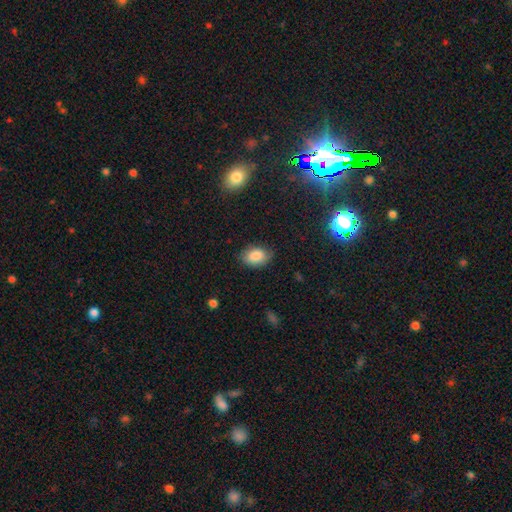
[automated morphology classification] Q: Smooth or featured?
A: smooth (85%); runner-up: star or artifact (8%)
Q: How rounded?
A: in between (84%); runner-up: round (14%)
Q: Merging?
A: none (78%); runner-up: minor disturbance (18%)